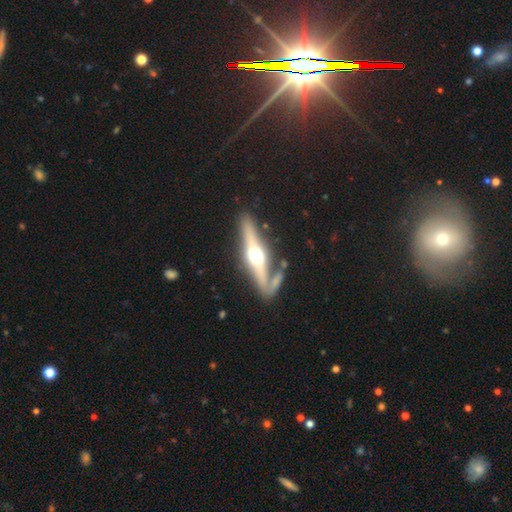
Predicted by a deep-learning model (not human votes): Smooth or featured: featured or disk — 72% (smooth — 23%)
Edge-on disk: yes — 94% (no — 6%)
Edge-on bulge: rounded — 95% (boxy — 3%)
Merging: none — 70% (merger — 14%)